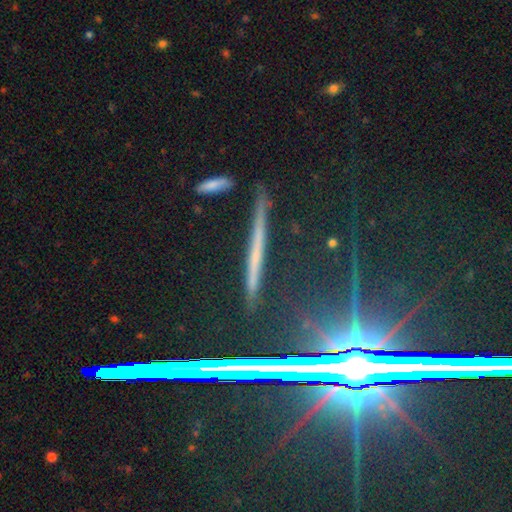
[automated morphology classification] This appears to be a featured or disk galaxy (50%). Merging: none (86%).